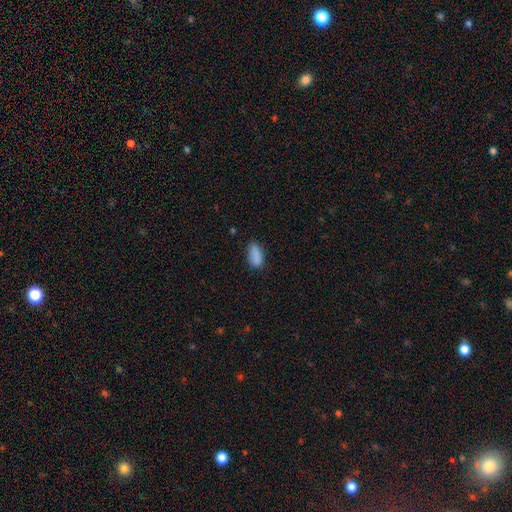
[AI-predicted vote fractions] The model was most divided on "merging": none: 78%, minor disturbance: 17%, major disturbance: 3%, merger: 2%. More confident: smooth or featured — smooth (88%); how rounded — in between (86%).